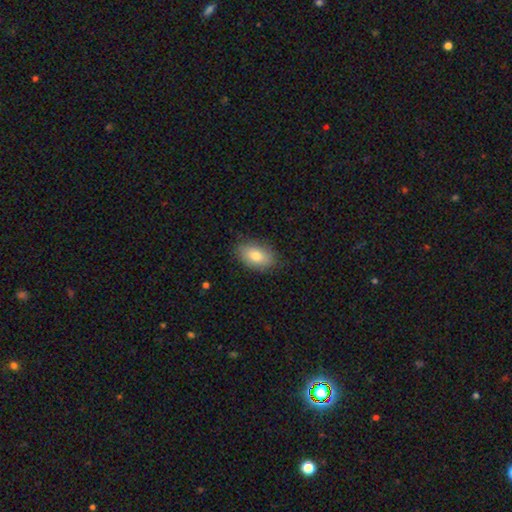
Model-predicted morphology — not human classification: Overall: smooth (81%). How rounded: in between (91%). Merging: none (84%).